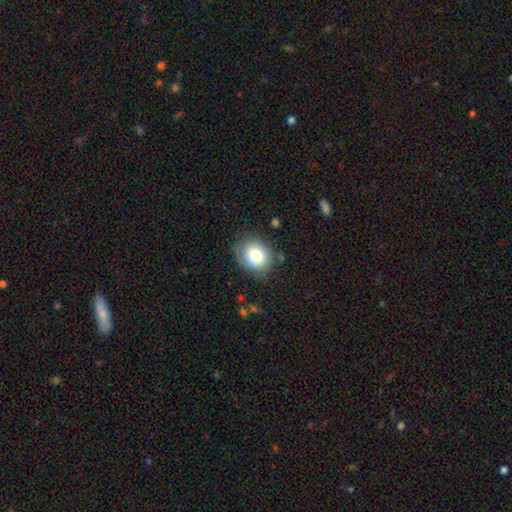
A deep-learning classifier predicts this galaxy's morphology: Overall: smooth (78%). How rounded: round (60%; in between 39%). Merging: none (77%).